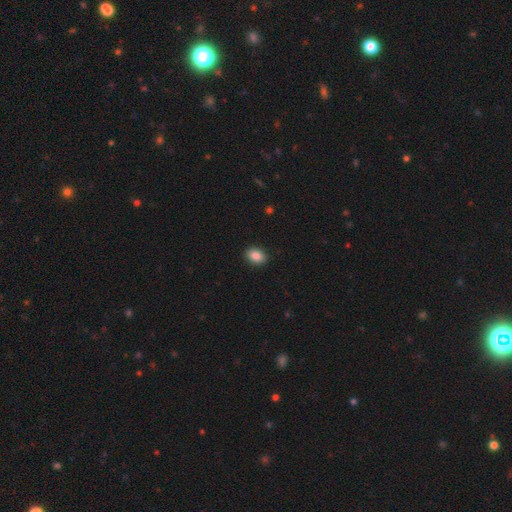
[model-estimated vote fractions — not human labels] Q: Smooth or featured?
A: smooth (87%); runner-up: star or artifact (8%)
Q: How rounded?
A: in between (74%); runner-up: round (24%)
Q: Merging?
A: none (91%); runner-up: minor disturbance (7%)